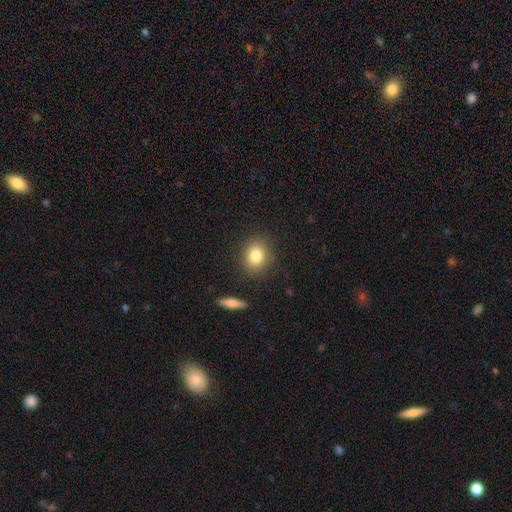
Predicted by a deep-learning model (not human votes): Smooth or featured? smooth (82%)
How rounded? round (62%)
Merging? none (87%)